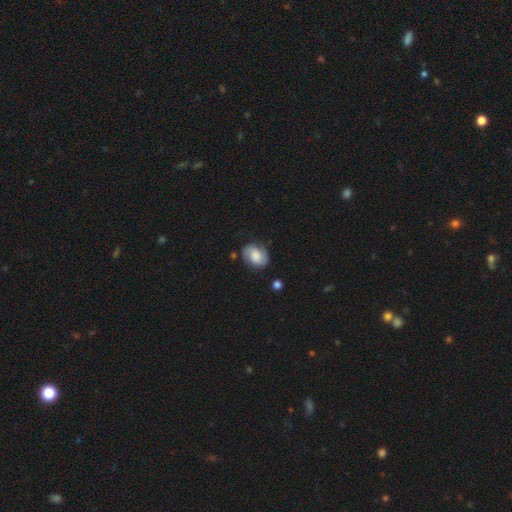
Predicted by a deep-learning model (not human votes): Q: Smooth or featured?
A: smooth (49%); runner-up: featured or disk (43%)
Q: Merging?
A: none (71%); runner-up: minor disturbance (21%)